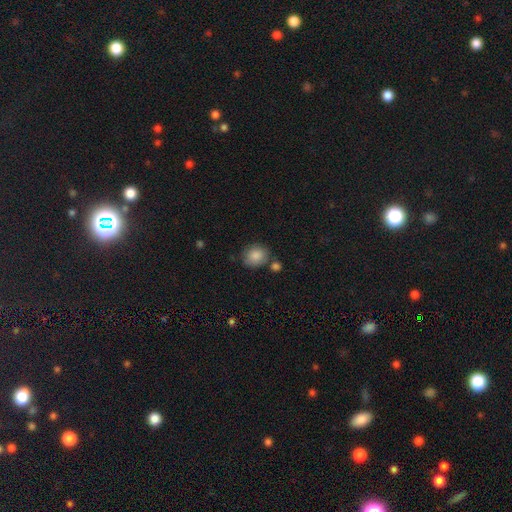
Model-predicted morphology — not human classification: Smooth or featured?
  - smooth: 86% *
  - star or artifact: 8%
  - featured or disk: 6%
How rounded?
  - round: 68% *
  - in between: 31%
  - cigar-shaped: 1%
Merging?
  - none: 70% *
  - minor disturbance: 15%
  - merger: 11%
  - major disturbance: 4%